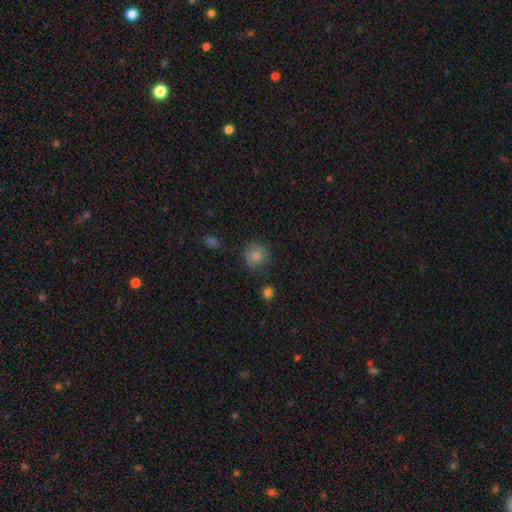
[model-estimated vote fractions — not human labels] This is clearly a smooth galaxy (83%). How rounded: clearly round (88%). Merging: likely none (77%).